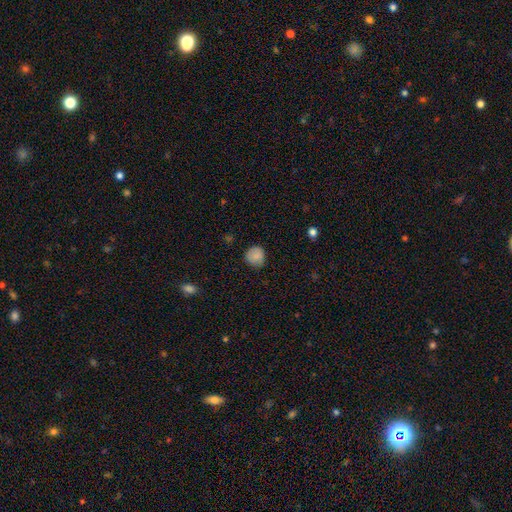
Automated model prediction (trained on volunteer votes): Overall: smooth (84%). How rounded: round (88%). Merging: none (77%).